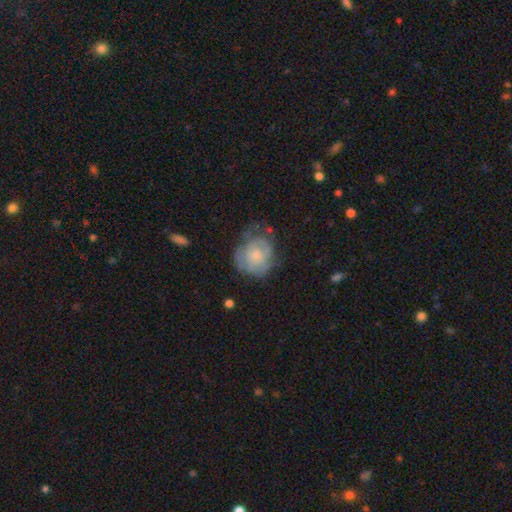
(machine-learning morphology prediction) Smooth or featured? Predicted: featured or disk (p=0.48). Merging? Predicted: none (p=0.48).